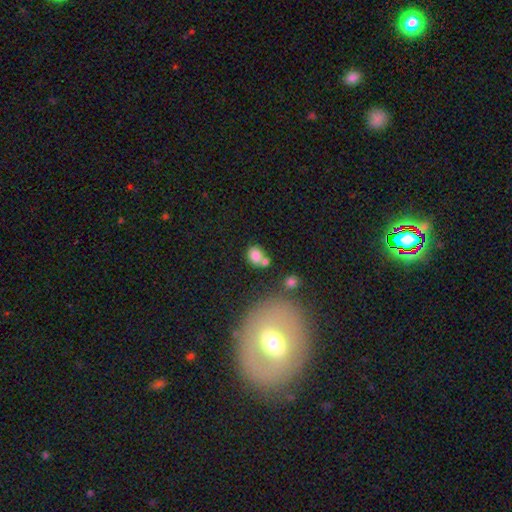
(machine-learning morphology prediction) Smooth or featured?
  - smooth: 79% *
  - star or artifact: 11%
  - featured or disk: 10%
How rounded?
  - round: 50% *
  - in between: 48%
  - cigar-shaped: 1%
Merging?
  - none: 46% *
  - merger: 33%
  - minor disturbance: 14%
  - major disturbance: 6%